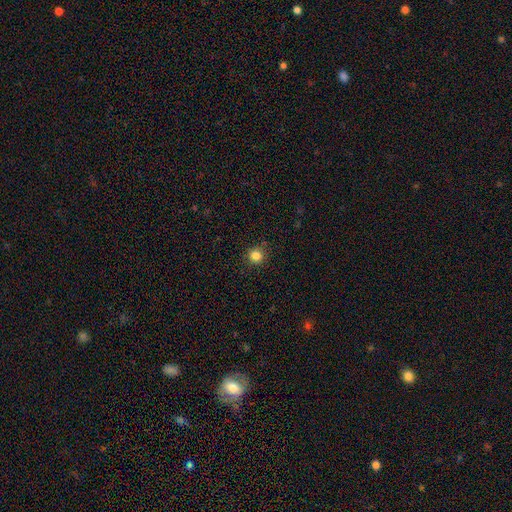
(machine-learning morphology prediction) Smooth or featured: smooth — 83% (star or artifact — 12%)
How rounded: round — 93% (in between — 6%)
Merging: none — 89% (minor disturbance — 8%)